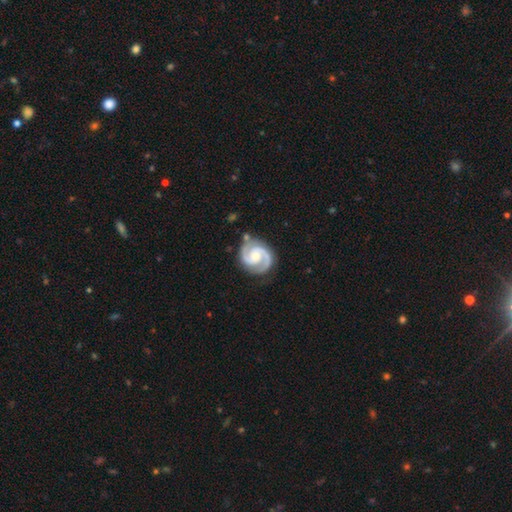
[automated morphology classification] Overall: featured or disk (93%). Edge-on disk: no (98%). Bar: no (52%; weak 37%). Spiral arms: yes (99%). Spiral arm count: 2 (94%). Spiral winding: medium (49%; tight 45%). Bulge size: moderate (49%; small 39%). Merging: none (83%).